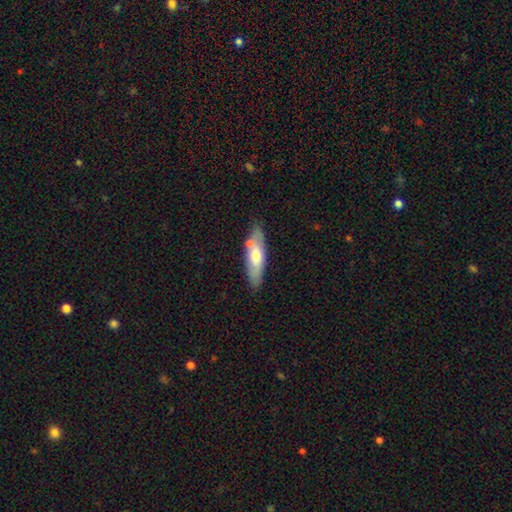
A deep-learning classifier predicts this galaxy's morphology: smooth-or-featured: smooth: 56% | featured or disk: 38% | star or artifact: 6%
  how-rounded: in between: 50% | cigar-shaped: 48% | round: 2%
  merging: none: 72% | minor disturbance: 14% | merger: 11% | major disturbance: 3%